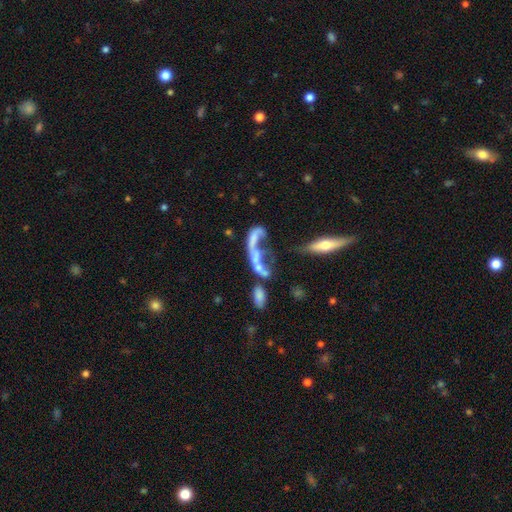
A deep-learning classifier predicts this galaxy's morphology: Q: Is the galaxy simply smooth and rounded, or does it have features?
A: featured or disk — 59%.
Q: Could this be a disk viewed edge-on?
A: no — 72%.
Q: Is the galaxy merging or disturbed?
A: merger — 45%.